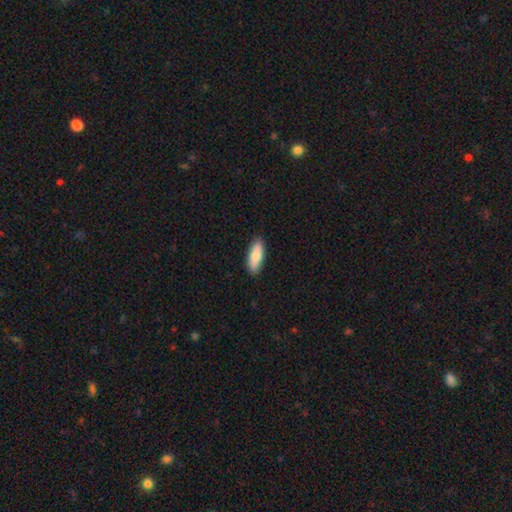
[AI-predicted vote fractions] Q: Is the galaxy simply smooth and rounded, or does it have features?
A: smooth — 83%.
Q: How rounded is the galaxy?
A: in between — 67%.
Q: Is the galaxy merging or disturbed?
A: none — 88%.